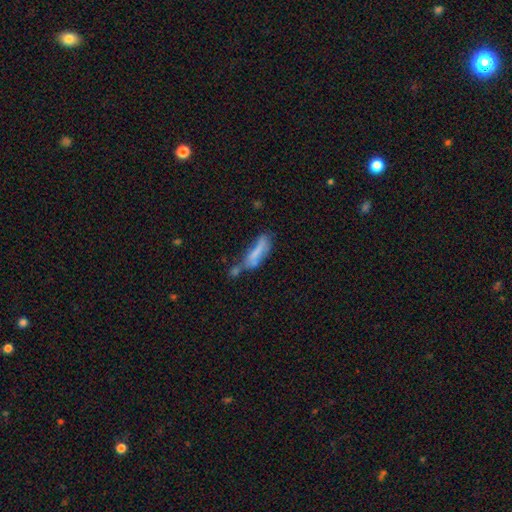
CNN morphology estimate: The model was most divided on "merging": merger: 32%, none: 28%, minor disturbance: 22%, major disturbance: 18%. More confident: how rounded — cigar-shaped (65%); smooth or featured — smooth (60%).